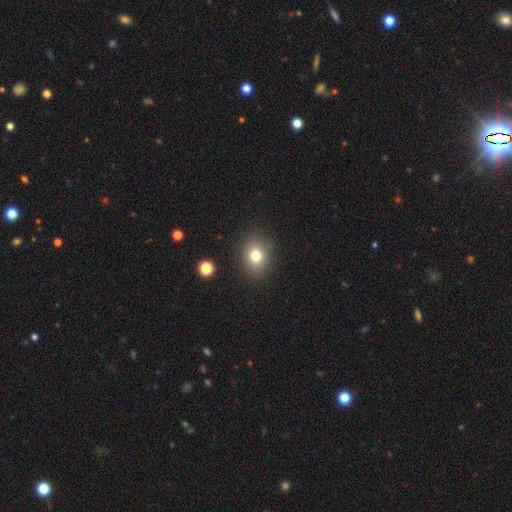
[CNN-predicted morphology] The model was most divided on "how rounded": round: 59%, in between: 40%, cigar-shaped: 1%. More confident: merging — none (85%); smooth or featured — smooth (77%).